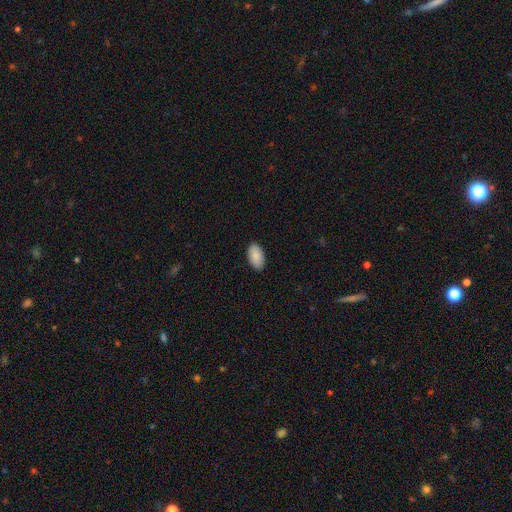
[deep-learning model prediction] smooth 89%, star or artifact 6%, featured or disk 5%. Down the decision tree: how rounded — in between (96%); merging — none (89%).